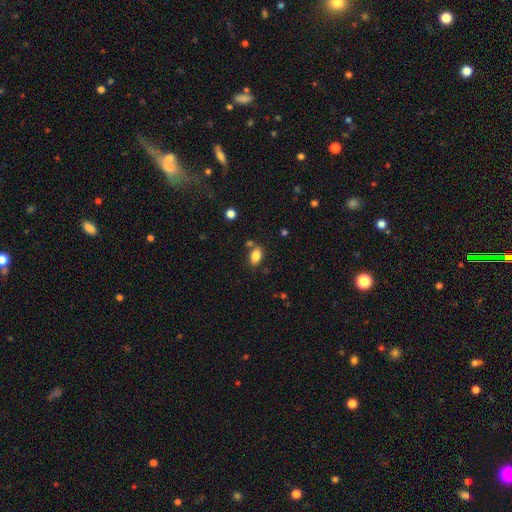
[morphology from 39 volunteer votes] Q: Smooth or featured?
A: smooth (74%); runner-up: featured or disk (18%)
Q: How rounded?
A: in between (93%); runner-up: round (7%)
Q: Merging?
A: none (69%); runner-up: minor disturbance (17%)